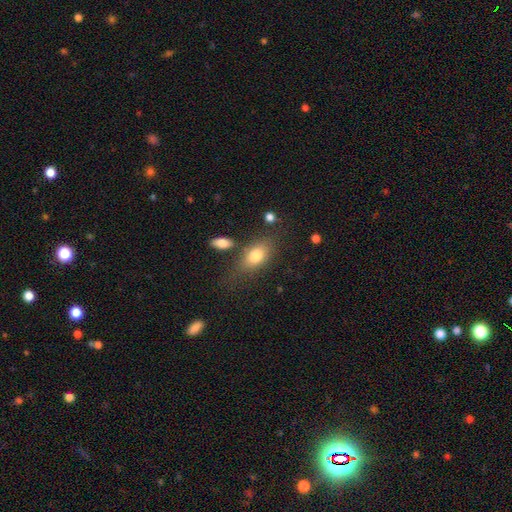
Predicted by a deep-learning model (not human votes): This is likely a smooth galaxy (77%). How rounded: clearly in between (83%). Merging: likely none (66%).